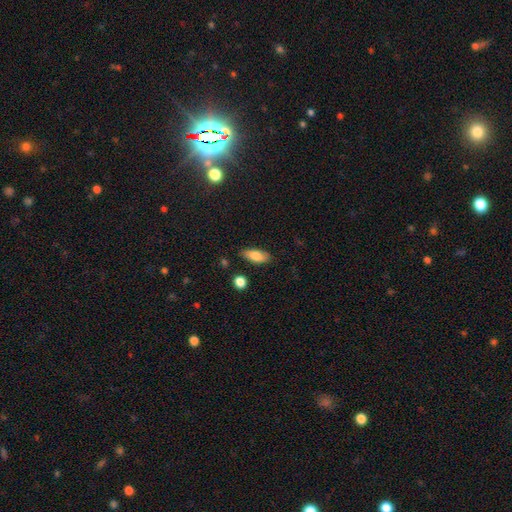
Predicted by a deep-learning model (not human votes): smooth 82%, featured or disk 11%, star or artifact 7%. Down the decision tree: how rounded — in between (83%); merging — none (82%).